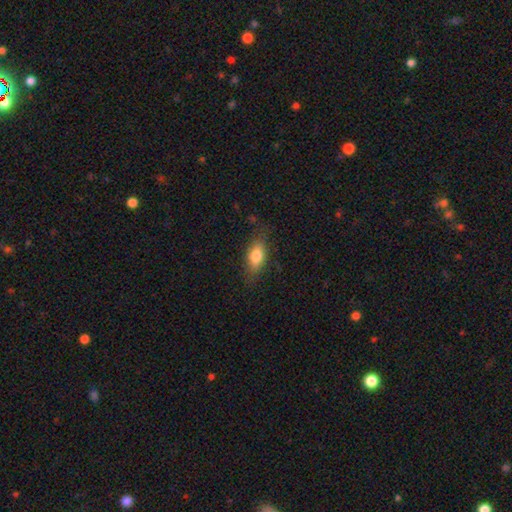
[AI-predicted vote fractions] Smooth or featured? Predicted: smooth (p=0.77). How rounded? Predicted: in between (p=0.81). Merging? Predicted: none (p=0.77).